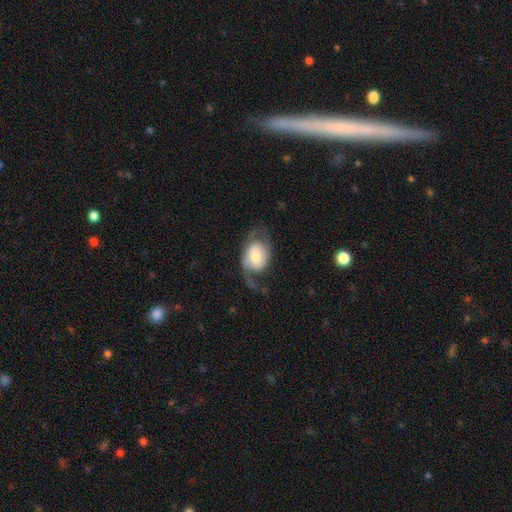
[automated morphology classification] Smooth or featured? Predicted: featured or disk (p=0.66). Edge-on disk? Predicted: no (p=0.96). Bar? Predicted: no (p=0.54). Spiral arms? Predicted: yes (p=0.88). Spiral winding? Predicted: loose (p=0.48). Spiral arm count? Predicted: 2 (p=0.68). Bulge size? Predicted: moderate (p=0.42). Merging? Predicted: none (p=0.46).